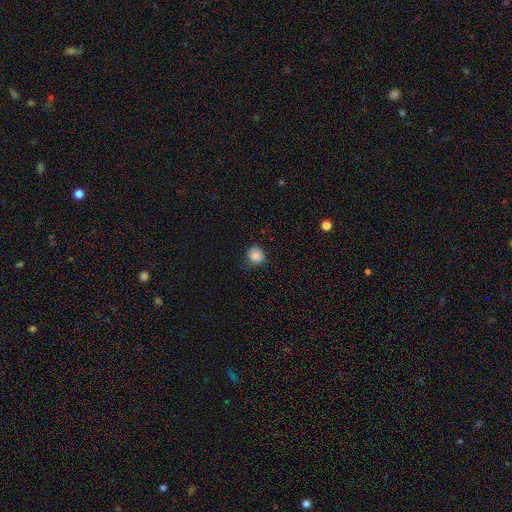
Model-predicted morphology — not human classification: Smooth or featured?
  - smooth: 83% *
  - star or artifact: 11%
  - featured or disk: 6%
How rounded?
  - round: 86% *
  - in between: 13%
  - cigar-shaped: 1%
Merging?
  - none: 76% *
  - minor disturbance: 20%
  - major disturbance: 4%
  - merger: 1%